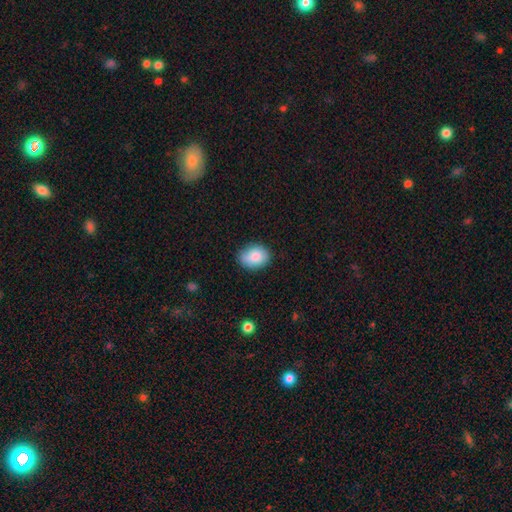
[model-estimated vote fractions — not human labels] A smooth galaxy with no disk features (86%) that is in between round and cigar-shaped (69%).

Vote fractions:
- Smooth or featured? smooth: 86% / featured or disk: 7% / star or artifact: 7%
- How rounded? in between: 69% / round: 30% / cigar-shaped: 1%
- Merging? none: 81% / minor disturbance: 15% / major disturbance: 3% / merger: 1%